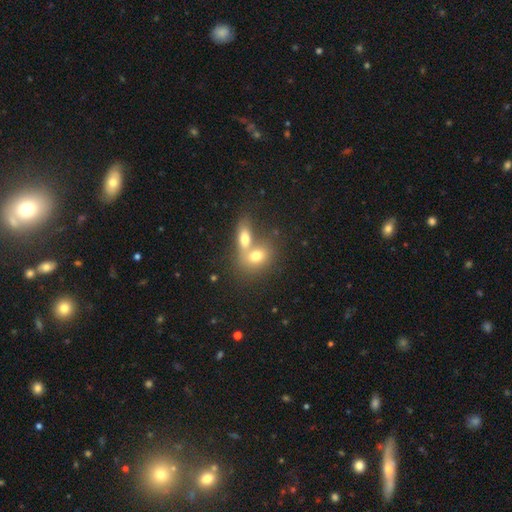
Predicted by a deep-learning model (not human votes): Overall: smooth (71%). How rounded: in between (65%; round 31%). Merging: merger (64%; none 26%).